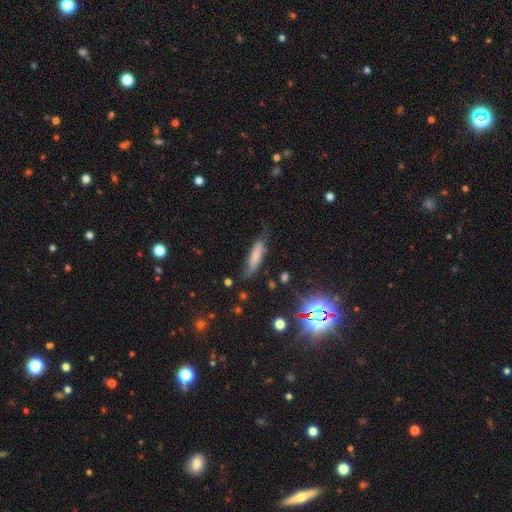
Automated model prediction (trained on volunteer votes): smooth_or_featured: smooth (p=0.63) [alt: featured or disk p=0.27]
how_rounded: cigar-shaped (p=0.64) [alt: in between p=0.34]
merging: none (p=0.49) [alt: minor disturbance p=0.33]